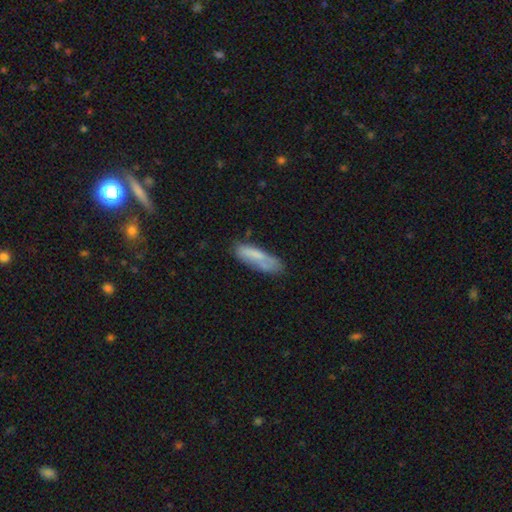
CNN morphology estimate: A smooth galaxy with no disk features (72%) that is cigar-shaped (60%). Merging: none (59%).